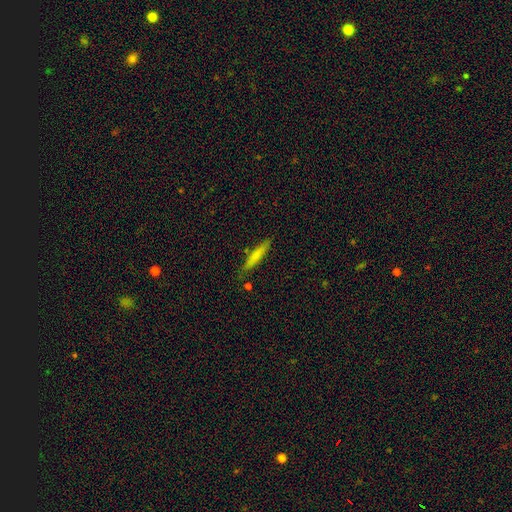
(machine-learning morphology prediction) The model was most divided on "smooth or featured": smooth: 72%, featured or disk: 21%, star or artifact: 6%. More confident: how rounded — cigar-shaped (91%); merging — none (82%).